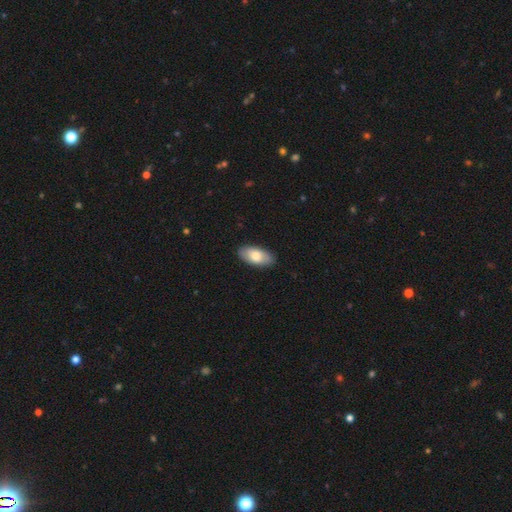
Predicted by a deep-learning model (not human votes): smooth 74%, featured or disk 20%, star or artifact 6%. Down the decision tree: how rounded — in between (93%); merging — none (89%).